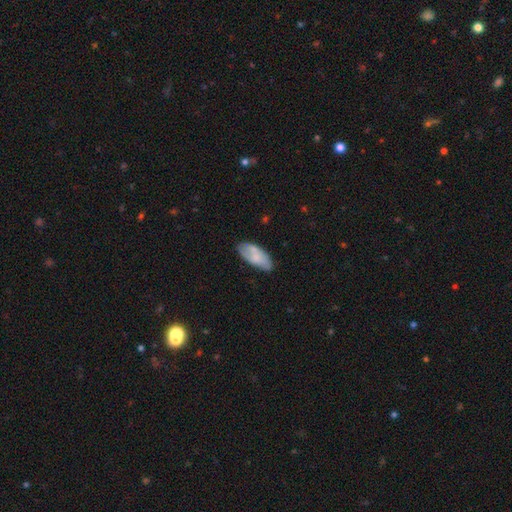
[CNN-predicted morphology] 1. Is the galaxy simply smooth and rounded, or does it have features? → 65% smooth, 29% featured or disk, 6% star or artifact.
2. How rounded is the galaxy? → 89% in between, 9% cigar-shaped, 2% round.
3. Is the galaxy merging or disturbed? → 66% none, 25% minor disturbance, 6% major disturbance, 4% merger.